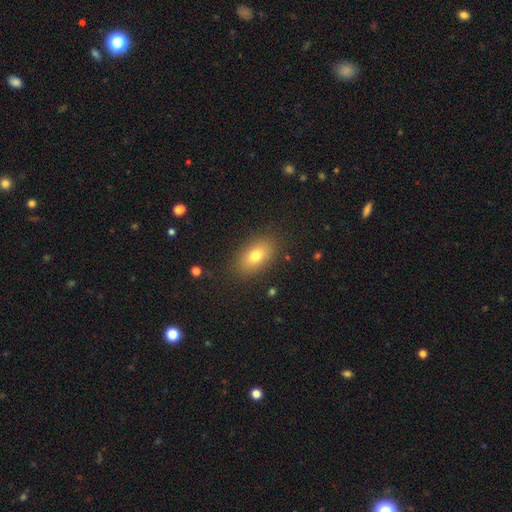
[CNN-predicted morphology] This is likely a smooth galaxy (77%). How rounded: clearly in between (88%). Merging: clearly none (86%).